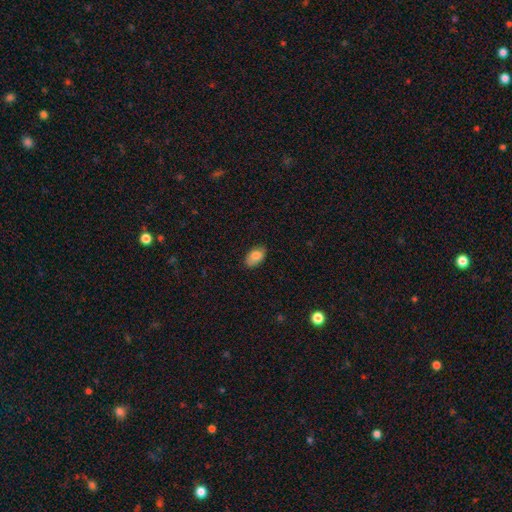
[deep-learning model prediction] Morphology: type=smooth (82%); roundness=in between (91%); merging=none (82%).